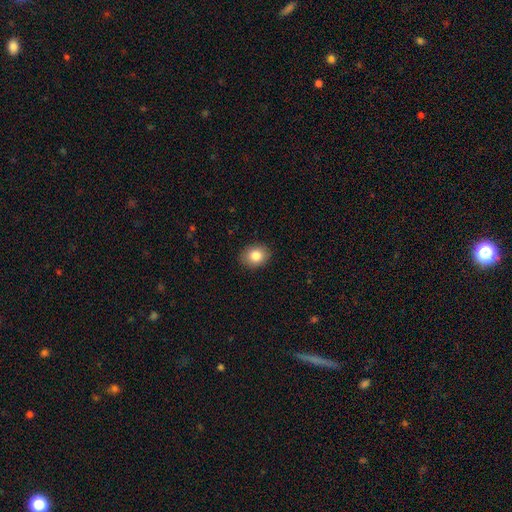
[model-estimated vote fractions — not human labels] This is clearly a smooth galaxy (84%). How rounded: possibly round (50%). Merging: clearly none (89%).